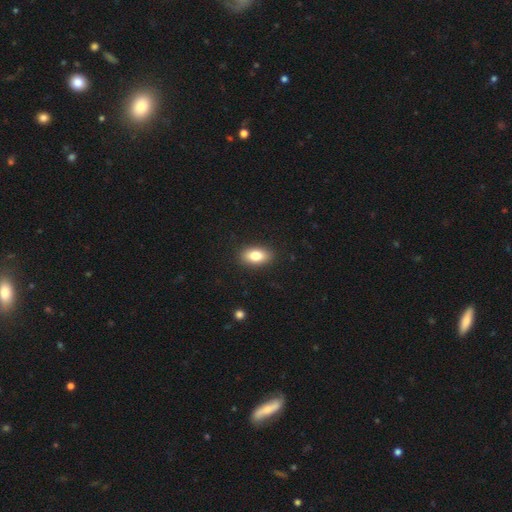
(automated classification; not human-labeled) A smooth galaxy with no disk features (82%) that is in between round and cigar-shaped (90%).

Vote fractions:
- Smooth or featured? smooth: 82% / featured or disk: 11% / star or artifact: 8%
- How rounded? in between: 90% / round: 7% / cigar-shaped: 3%
- Merging? none: 89% / minor disturbance: 8% / major disturbance: 2% / merger: 1%